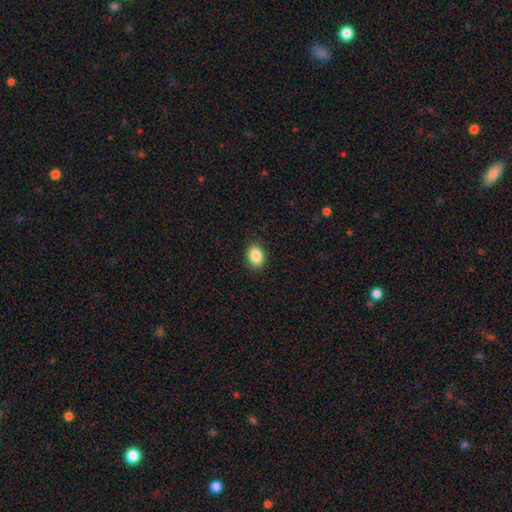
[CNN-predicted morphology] Smooth or featured? Predicted: smooth (p=0.88). How rounded? Predicted: in between (p=0.69). Merging? Predicted: none (p=0.89).